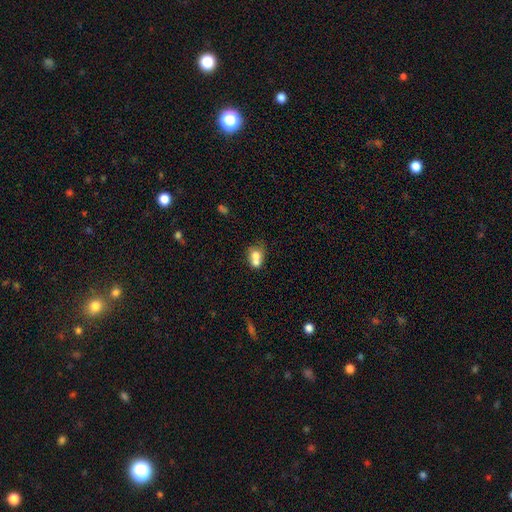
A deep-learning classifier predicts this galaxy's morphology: A smooth galaxy with no disk features (69%) that is in between round and cigar-shaped (52%).

Vote fractions:
- Smooth or featured? smooth: 69% / featured or disk: 21% / star or artifact: 10%
- How rounded? in between: 52% / round: 47% / cigar-shaped: 1%
- Merging? merger: 64% / none: 22% / minor disturbance: 9% / major disturbance: 5%